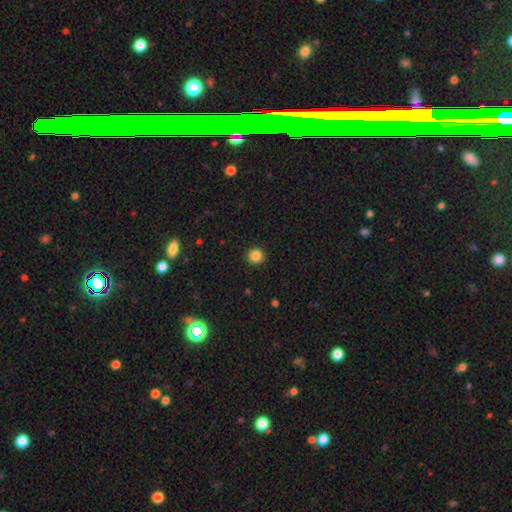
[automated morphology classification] Smooth or featured? Predicted: smooth (p=0.85). How rounded? Predicted: round (p=0.96). Merging? Predicted: none (p=0.93).